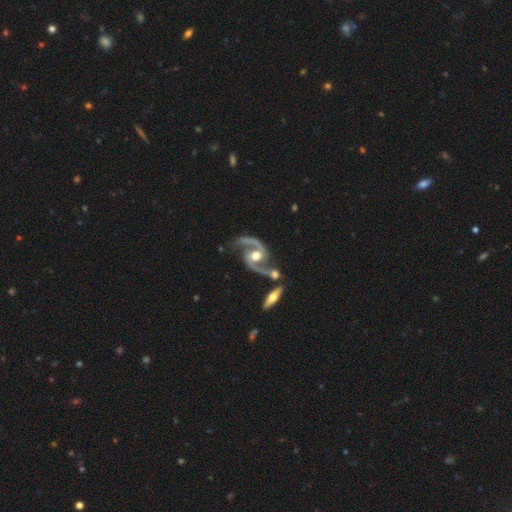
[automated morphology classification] This appears to be a featured or disk galaxy (93%) with no bar (53%), 2 (95%) medium (56%) spiral arms (98%) and a moderate central bulge (76%). Merging: none (62%).